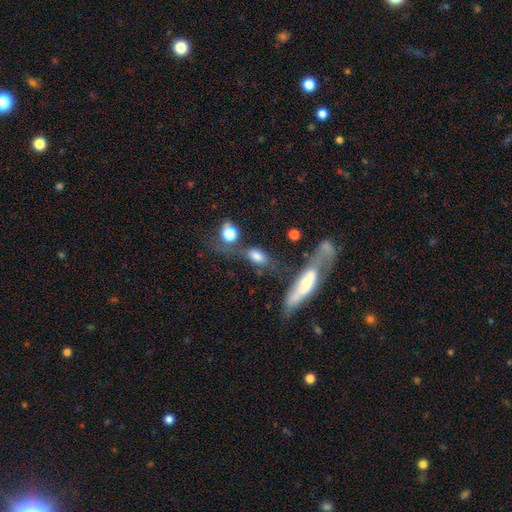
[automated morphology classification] A smooth galaxy with no disk features (73%) that is in between round and cigar-shaped (78%). Merging: none (43%).